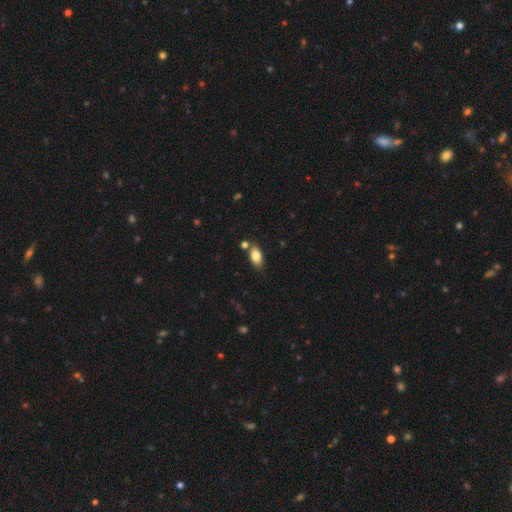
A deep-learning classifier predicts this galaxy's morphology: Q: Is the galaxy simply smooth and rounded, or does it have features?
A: smooth — 82%.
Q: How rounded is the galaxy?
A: in between — 90%.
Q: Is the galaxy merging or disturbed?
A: none — 74%.